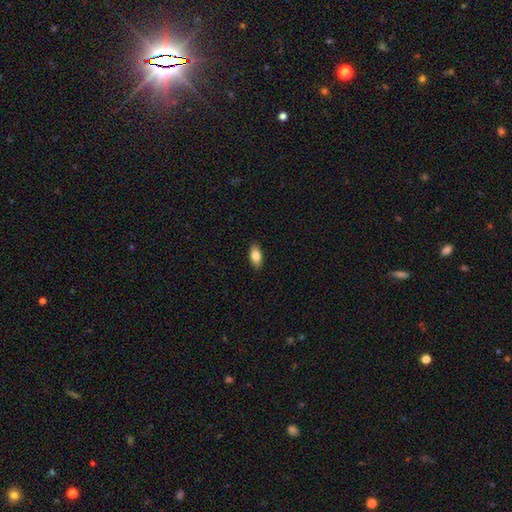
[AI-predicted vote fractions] The model was most divided on "smooth or featured": smooth: 83%, featured or disk: 10%, star or artifact: 7%. More confident: how rounded — in between (90%); merging — none (90%).